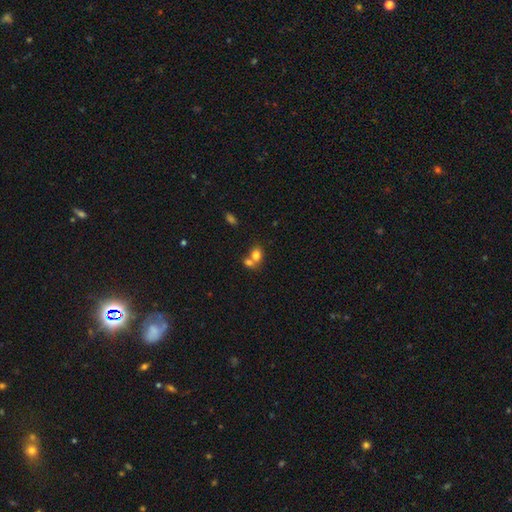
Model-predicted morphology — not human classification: Smooth or featured? smooth (76%)
How rounded? in between (50%)
Merging? merger (56%)